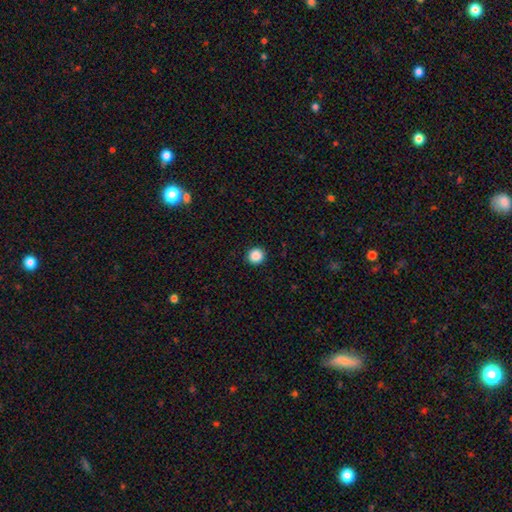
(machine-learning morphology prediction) smooth 88%, star or artifact 10%, featured or disk 2%. Down the decision tree: how rounded — round (94%); merging — none (93%).